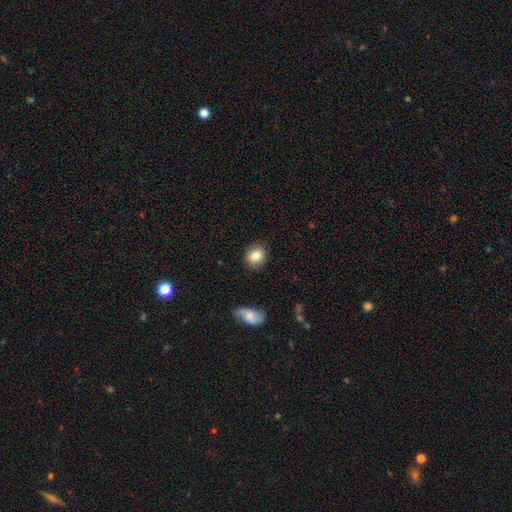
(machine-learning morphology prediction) A smooth galaxy with no disk features (82%) that is round (78%). Merging: none (88%).